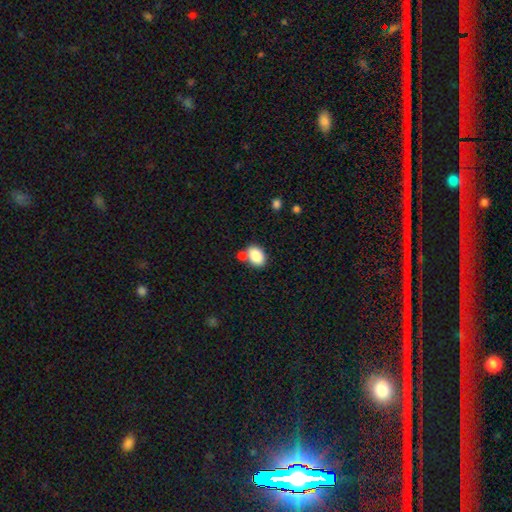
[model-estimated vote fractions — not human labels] Smooth or featured? smooth (83%)
How rounded? in between (76%)
Merging? none (60%)